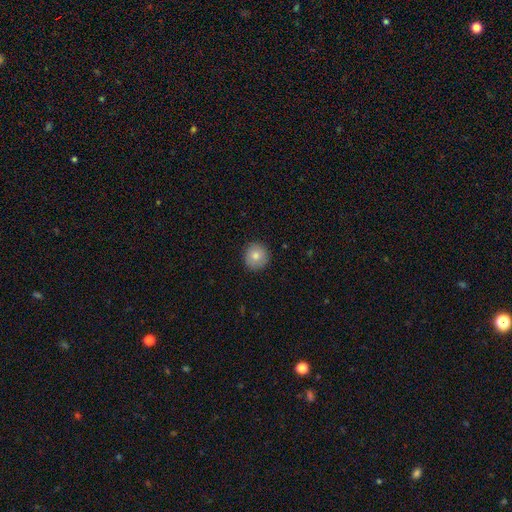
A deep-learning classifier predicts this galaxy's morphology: Smooth or featured?
  - smooth: 81% *
  - featured or disk: 10%
  - star or artifact: 9%
How rounded?
  - round: 94% *
  - in between: 5%
  - cigar-shaped: 1%
Merging?
  - none: 91% *
  - minor disturbance: 6%
  - major disturbance: 2%
  - merger: 1%